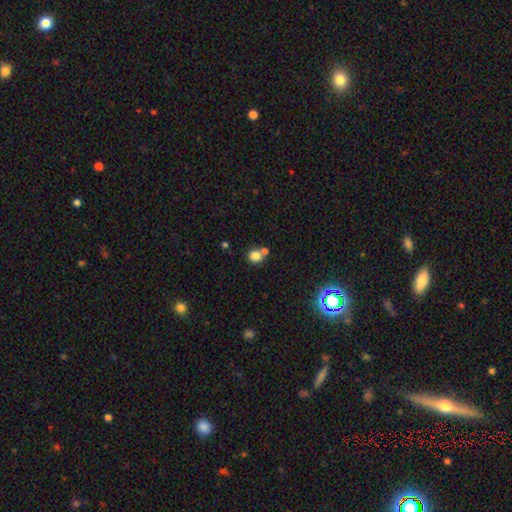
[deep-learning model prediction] Smooth or featured: smooth — 79% (star or artifact — 13%)
How rounded: round — 86% (in between — 13%)
Merging: none — 55% (merger — 33%)